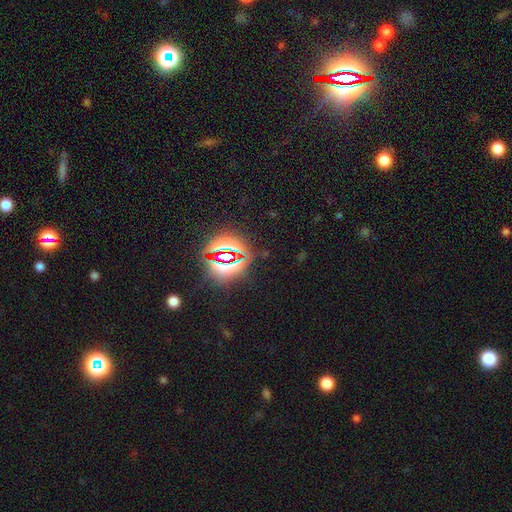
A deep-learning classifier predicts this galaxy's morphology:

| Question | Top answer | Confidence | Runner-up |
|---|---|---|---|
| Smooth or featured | star or artifact | 82% | smooth (11%) |